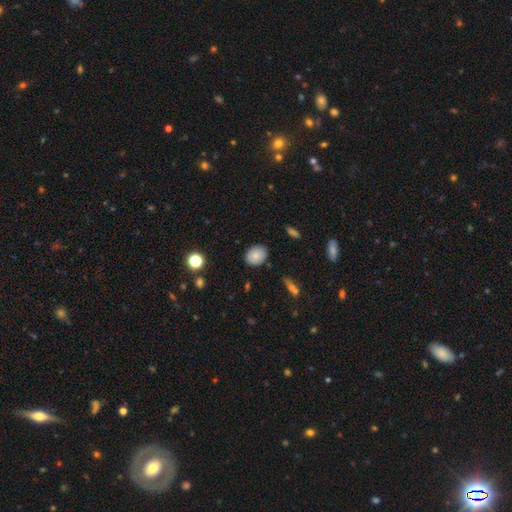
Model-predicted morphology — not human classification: A smooth galaxy with no disk features (81%) that is in between round and cigar-shaped (51%). Merging: none (86%).